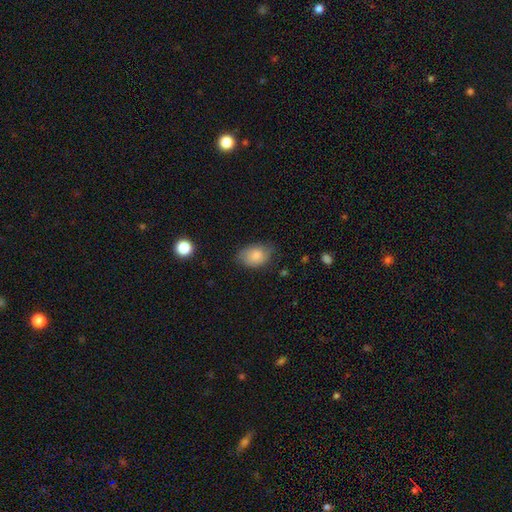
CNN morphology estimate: smooth 83%, featured or disk 10%, star or artifact 7%. Down the decision tree: how rounded — in between (85%); merging — none (67%).